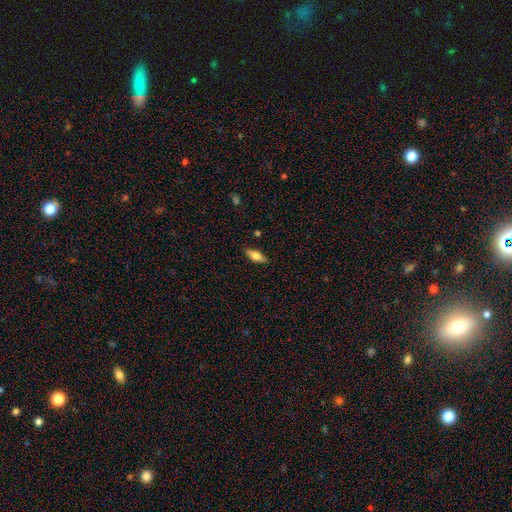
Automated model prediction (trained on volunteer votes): This is possibly a smooth galaxy (60%). How rounded: likely in between (64%). Merging: clearly none (87%).